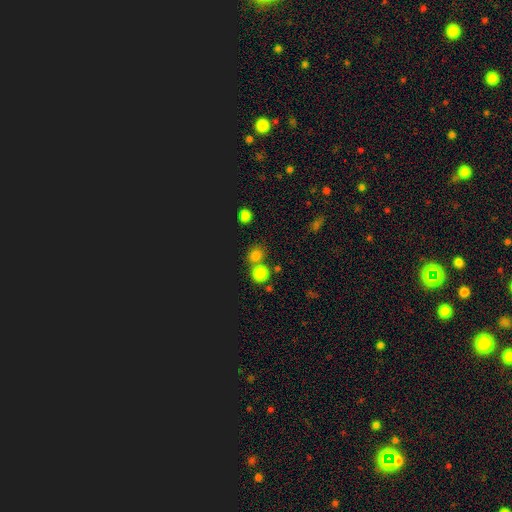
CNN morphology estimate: This is likely a smooth galaxy (71%). How rounded: clearly round (82%). Merging: likely none (64%).